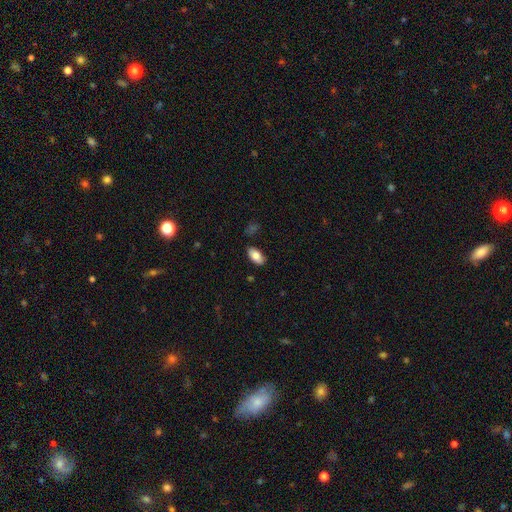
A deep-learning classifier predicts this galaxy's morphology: smooth_or_featured: smooth (p=0.81) [alt: featured or disk p=0.12]
how_rounded: in between (p=0.94) [alt: cigar-shaped p=0.03]
merging: none (p=0.86) [alt: minor disturbance p=0.10]